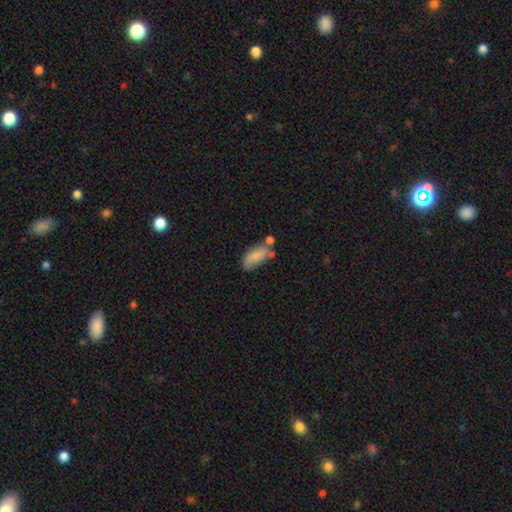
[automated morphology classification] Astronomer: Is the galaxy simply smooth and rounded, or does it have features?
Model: smooth — 75%.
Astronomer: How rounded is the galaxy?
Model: in between — 87%.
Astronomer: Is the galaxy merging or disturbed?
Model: none — 42% (runner-up: merger, 24%).